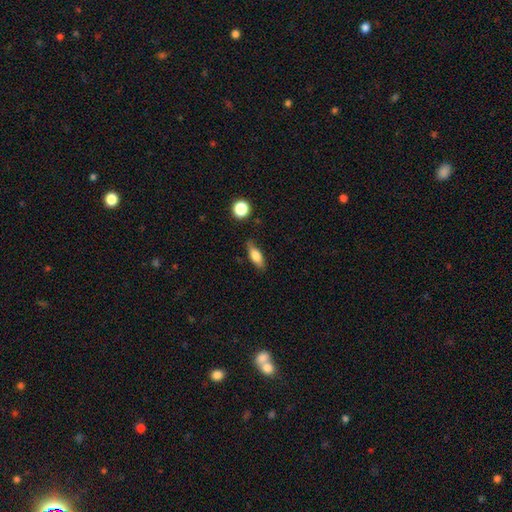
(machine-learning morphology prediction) Overall: smooth (73%). How rounded: in between (67%; cigar-shaped 28%). Merging: none (78%).